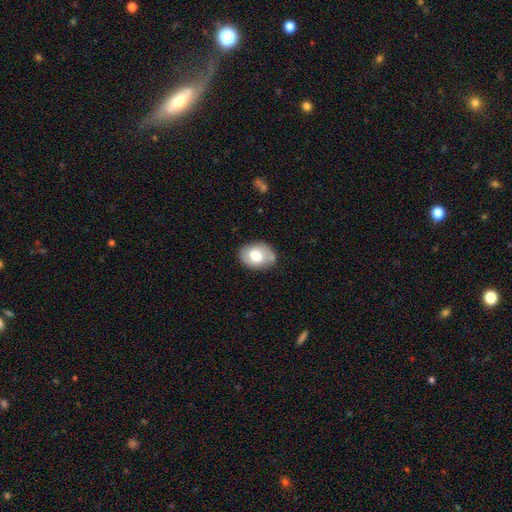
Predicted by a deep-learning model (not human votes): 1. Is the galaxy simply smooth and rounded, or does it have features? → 65% smooth, 28% featured or disk, 7% star or artifact.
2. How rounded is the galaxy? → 72% in between, 27% round, 1% cigar-shaped.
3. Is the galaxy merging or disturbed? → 73% none, 20% minor disturbance, 4% major disturbance, 2% merger.